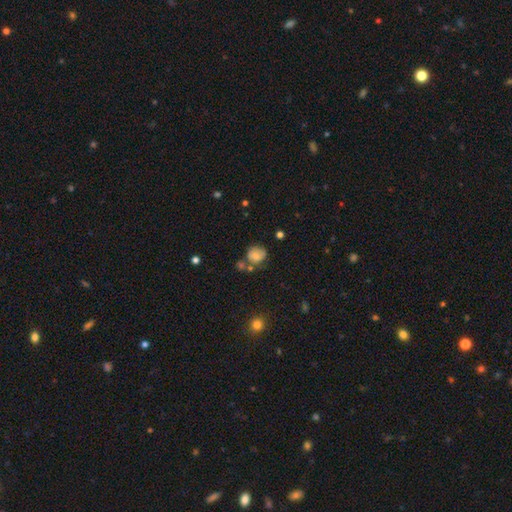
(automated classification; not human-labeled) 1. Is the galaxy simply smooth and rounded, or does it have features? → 63% smooth, 26% featured or disk, 11% star or artifact.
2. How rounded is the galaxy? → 68% round, 31% in between, 1% cigar-shaped.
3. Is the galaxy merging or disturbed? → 51% none, 24% minor disturbance, 15% merger, 10% major disturbance.